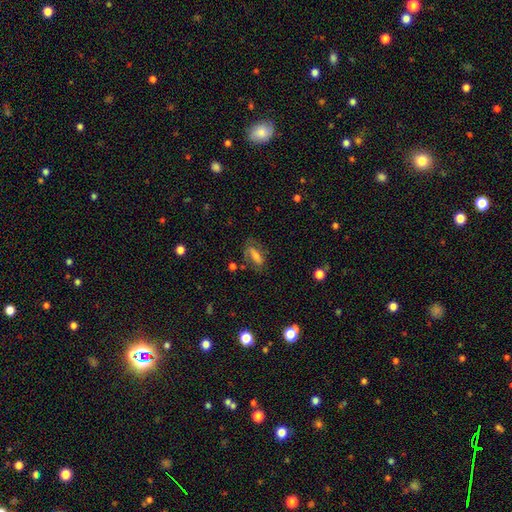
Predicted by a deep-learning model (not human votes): Morphology: type=smooth (49%); merging=none (62%).